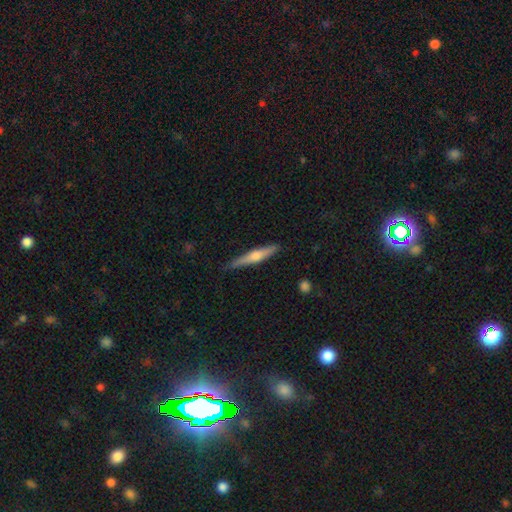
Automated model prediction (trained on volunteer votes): Smooth or featured? featured or disk (52%)
Edge-on disk? yes (96%)
Edge-on bulge? rounded (87%)
Merging? none (84%)